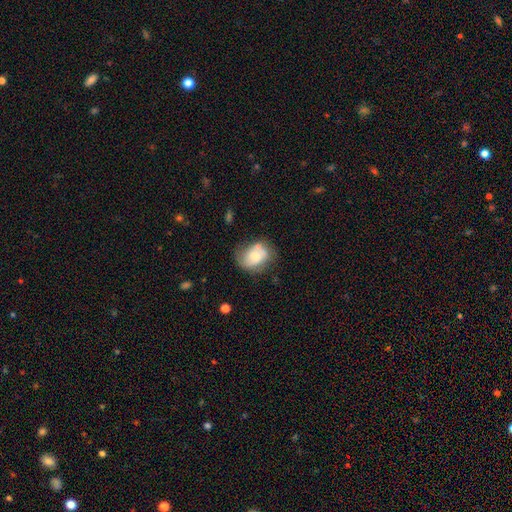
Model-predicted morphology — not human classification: The model was most divided on "merging": none: 47%, minor disturbance: 30%, major disturbance: 14%, merger: 9%. More confident: how rounded — in between (66%); smooth or featured — smooth (55%).